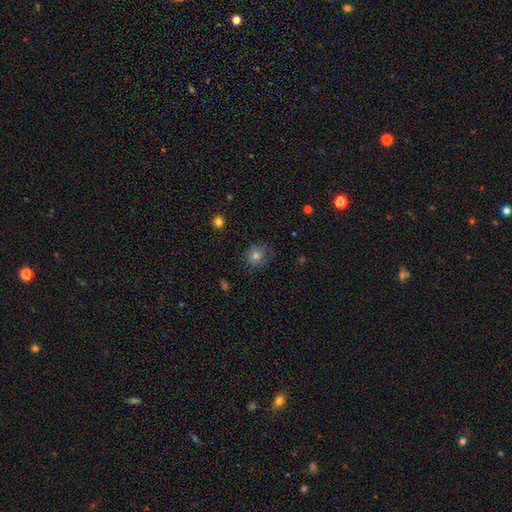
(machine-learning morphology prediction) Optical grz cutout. It shows a smooth galaxy with no disk features (57%) that is round (80%). Merging: none (76%).